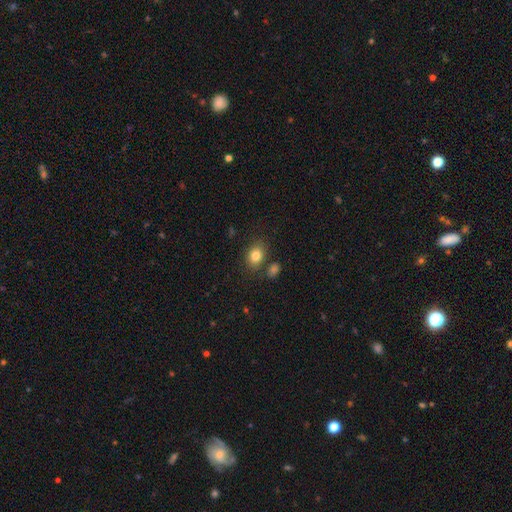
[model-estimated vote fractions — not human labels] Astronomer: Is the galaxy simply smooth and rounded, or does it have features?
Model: smooth — 82%.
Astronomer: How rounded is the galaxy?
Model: in between — 65%.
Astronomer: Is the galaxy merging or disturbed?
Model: none — 76%.